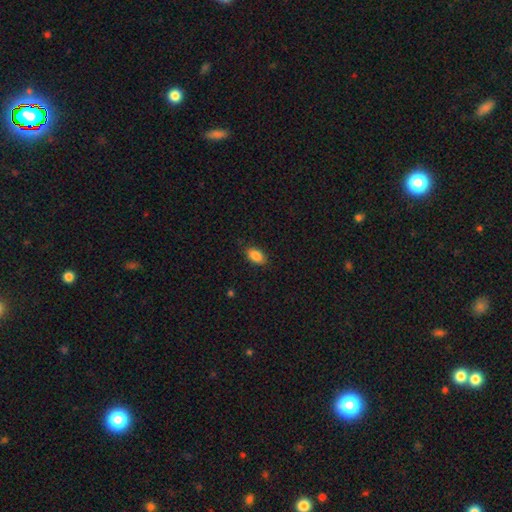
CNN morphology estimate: Overall: smooth (86%). How rounded: in between (91%). Merging: none (86%).